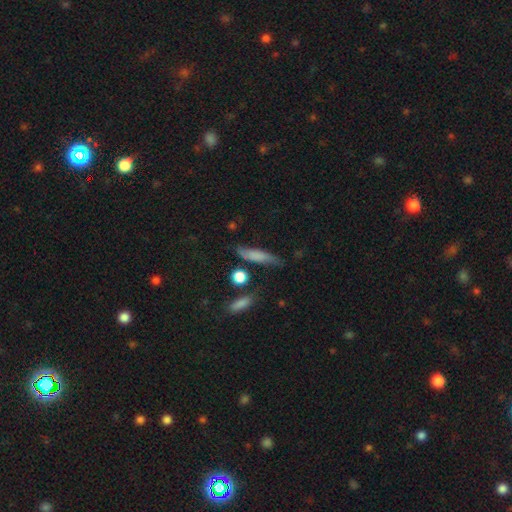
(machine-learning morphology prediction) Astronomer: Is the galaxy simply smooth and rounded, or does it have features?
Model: smooth — 68%.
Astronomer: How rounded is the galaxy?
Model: cigar-shaped — 74%.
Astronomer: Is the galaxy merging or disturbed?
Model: none — 67%.